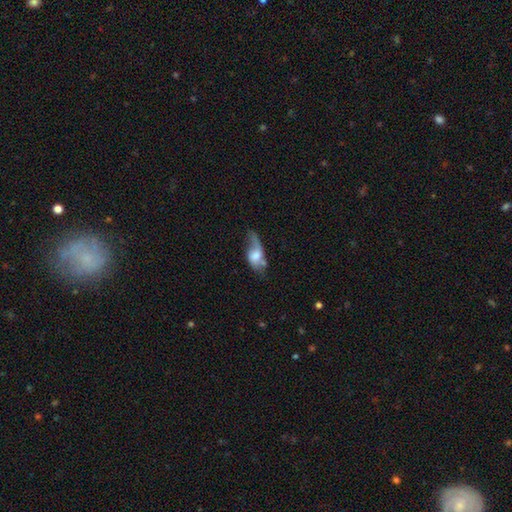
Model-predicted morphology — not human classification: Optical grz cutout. It shows a smooth galaxy with no disk features (47%). Merging: major disturbance (31%, tied with none).